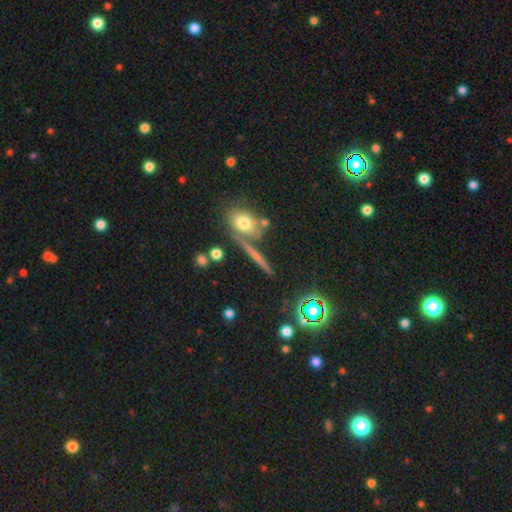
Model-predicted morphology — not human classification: This appears to be a smooth galaxy with no disk features (45%). Merging: none (74%).